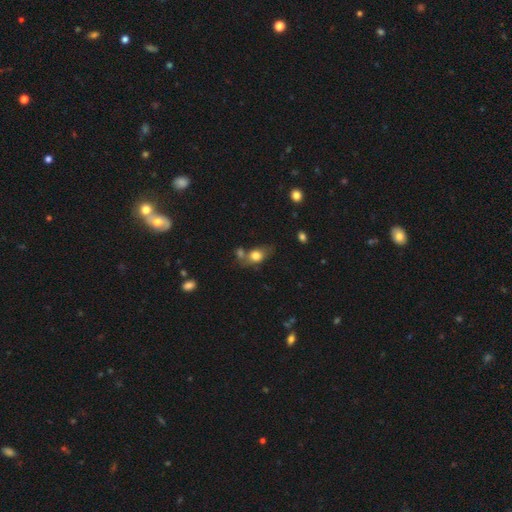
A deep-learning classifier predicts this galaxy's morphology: Q: Smooth or featured?
A: smooth (76%); runner-up: featured or disk (15%)
Q: How rounded?
A: in between (71%); runner-up: round (26%)
Q: Merging?
A: none (50%); runner-up: merger (22%)